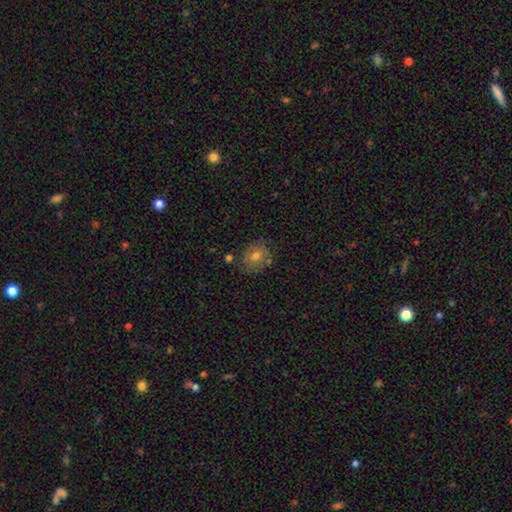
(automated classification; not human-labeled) smooth 68%, featured or disk 22%, star or artifact 10%. Down the decision tree: how rounded — round (60%); merging — none (70%).